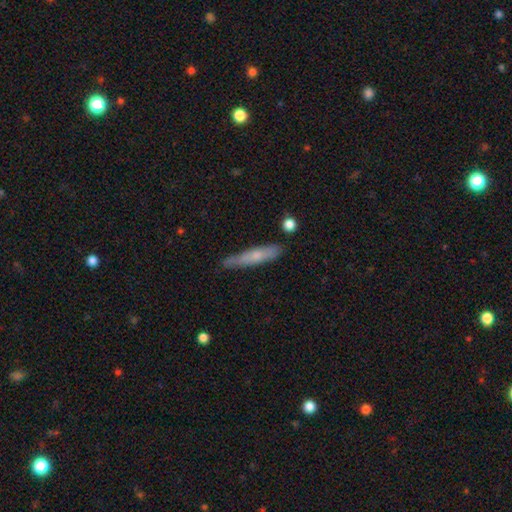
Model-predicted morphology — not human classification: Smooth or featured? smooth (58%)
How rounded? cigar-shaped (90%)
Merging? none (74%)